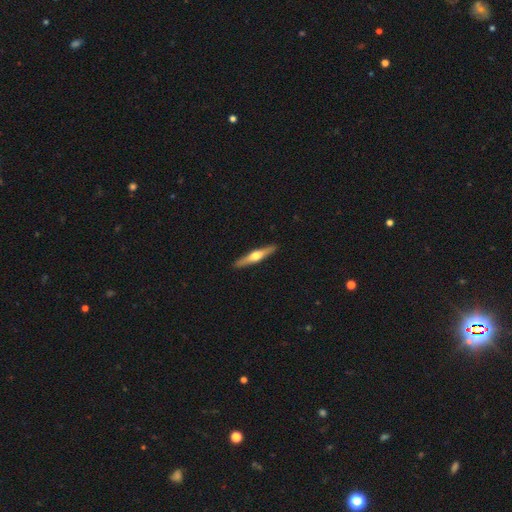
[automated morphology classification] Smooth or featured?
  - featured or disk: 66% *
  - smooth: 29%
  - star or artifact: 5%
Edge-on disk?
  - yes: 97% *
  - no: 3%
Edge-on bulge?
  - rounded: 94% *
  - boxy: 3%
  - none: 3%
Merging?
  - none: 92% *
  - minor disturbance: 6%
  - major disturbance: 1%
  - merger: 1%